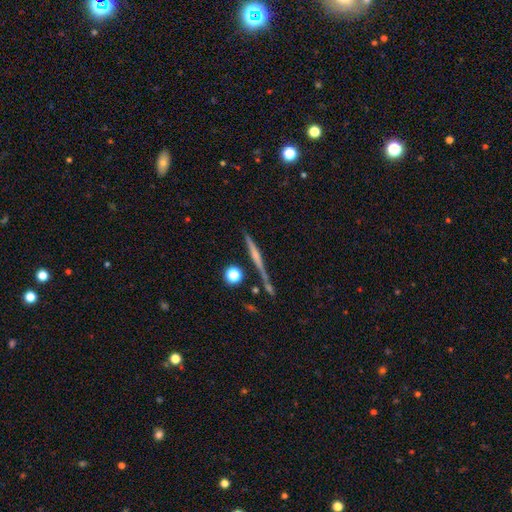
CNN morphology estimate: Overall: featured or disk (58%; smooth 32%). Edge-on disk: yes (96%). Edge-on bulge: none (49%; rounded 37%). Merging: none (75%).